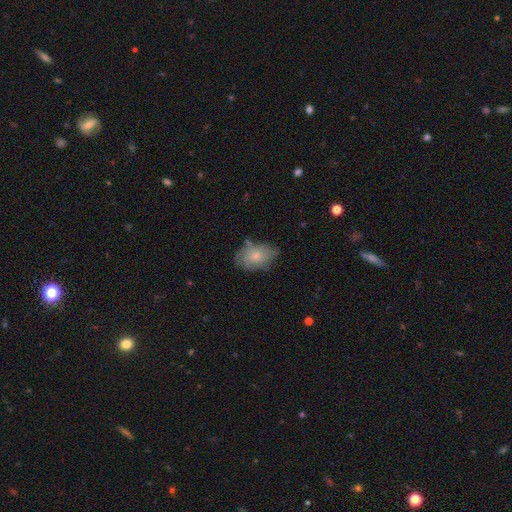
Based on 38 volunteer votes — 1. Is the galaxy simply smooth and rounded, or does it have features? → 66% smooth, 26% featured or disk, 8% star or artifact.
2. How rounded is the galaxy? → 100% in between, 0% round, 0% cigar-shaped.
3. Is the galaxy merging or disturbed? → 43% none (tied), 43% minor disturbance (tied), 9% major disturbance, 6% merger.